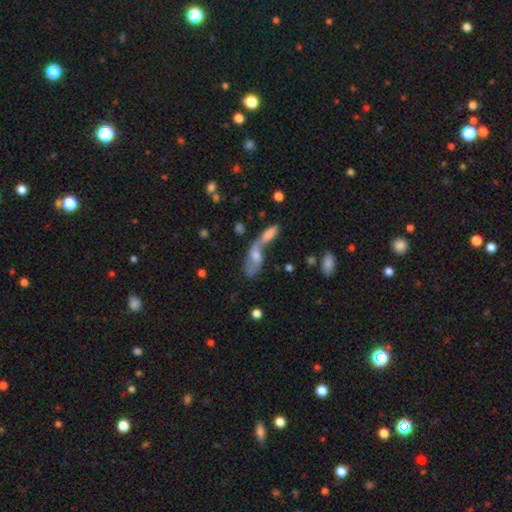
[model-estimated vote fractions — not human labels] Smooth or featured? Predicted: smooth (p=0.48). Merging? Predicted: merger (p=0.69).